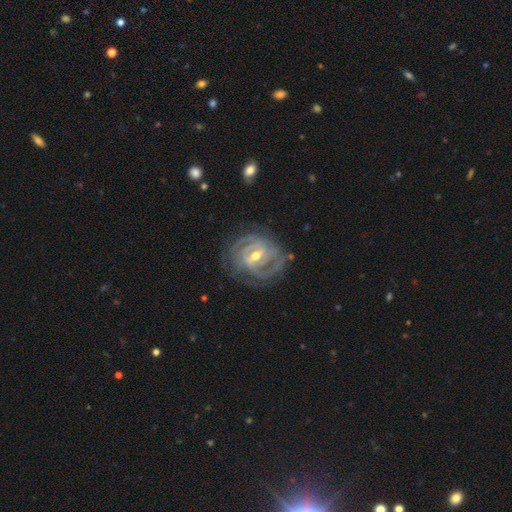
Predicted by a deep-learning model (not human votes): This is clearly a featured or disk galaxy (91%). It is clearly not viewed edge-on (97%). Bar: marginally weak (43%). Spiral arm pattern: clearly yes (97%). Spiral arm count: marginally 3 (30%). Spiral winding: likely tight (75%). Central bulge: likely moderate (63%). Merging: likely none (77%).